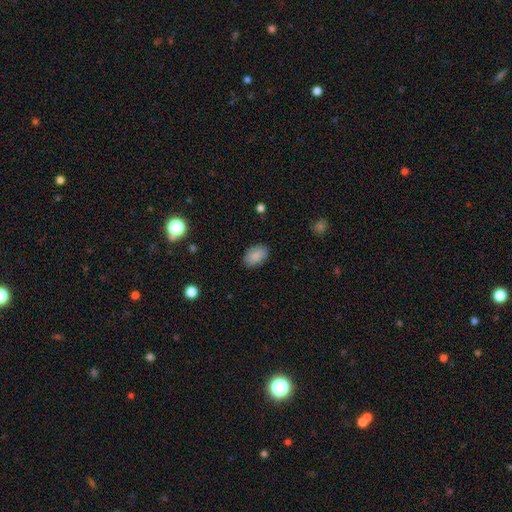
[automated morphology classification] Smooth or featured?
  - smooth: 88% *
  - star or artifact: 7%
  - featured or disk: 5%
How rounded?
  - in between: 90% *
  - round: 9%
  - cigar-shaped: 1%
Merging?
  - none: 86% *
  - minor disturbance: 10%
  - major disturbance: 2%
  - merger: 1%